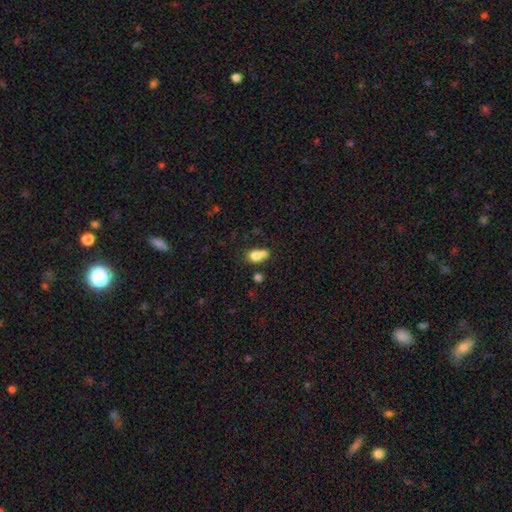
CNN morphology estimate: This is likely a smooth galaxy (76%). How rounded: possibly round (59%). Merging: possibly merger (53%).